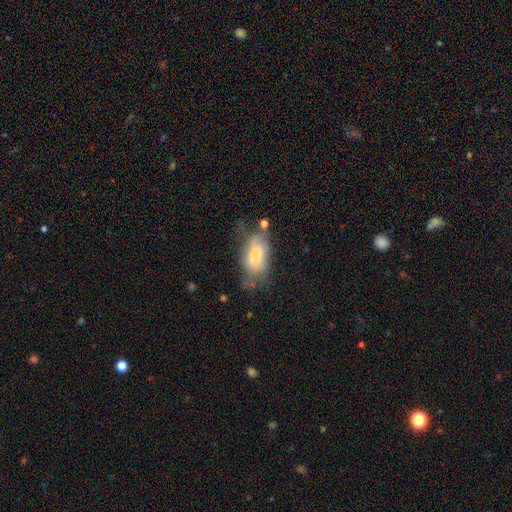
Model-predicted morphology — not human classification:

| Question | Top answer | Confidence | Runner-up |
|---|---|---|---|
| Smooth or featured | smooth | 71% | featured or disk (21%) |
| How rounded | in between | 91% | cigar-shaped (4%) |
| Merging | none | 34% | minor disturbance (33%) |